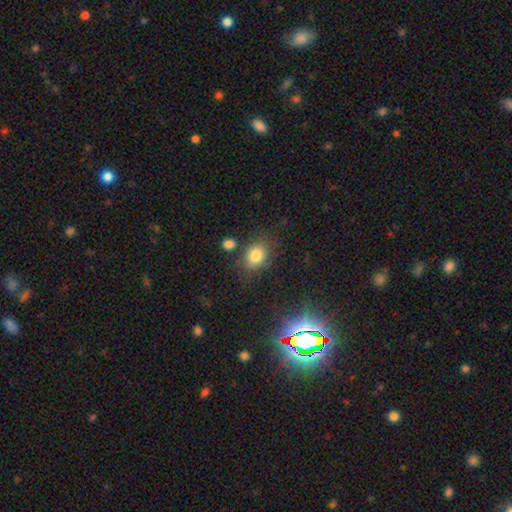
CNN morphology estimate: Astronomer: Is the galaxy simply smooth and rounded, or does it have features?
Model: smooth — 80%.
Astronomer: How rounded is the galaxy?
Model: in between — 60% (runner-up: round, 39%).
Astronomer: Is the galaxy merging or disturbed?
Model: none — 72%.